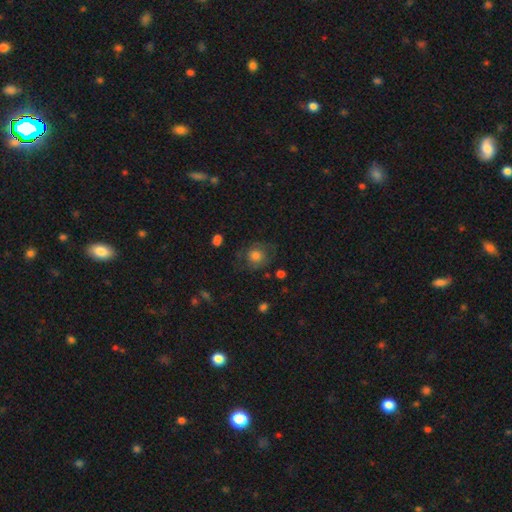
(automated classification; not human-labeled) smooth_or_featured: smooth (p=0.61) [alt: featured or disk p=0.28]
how_rounded: round (p=0.84) [alt: in between p=0.15]
merging: none (p=0.63) [alt: minor disturbance p=0.19]